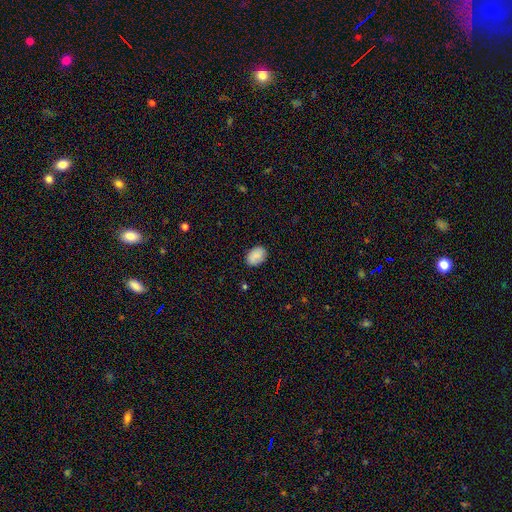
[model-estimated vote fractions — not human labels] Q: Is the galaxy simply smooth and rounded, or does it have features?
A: smooth — 88%.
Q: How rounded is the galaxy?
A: in between — 79%.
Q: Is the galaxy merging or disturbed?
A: none — 86%.